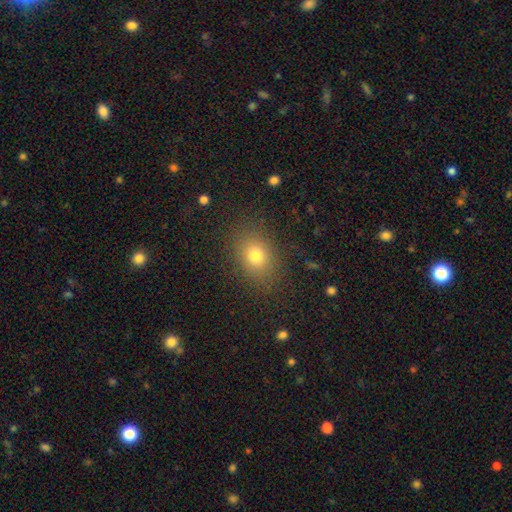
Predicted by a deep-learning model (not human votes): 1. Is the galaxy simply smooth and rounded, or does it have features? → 76% smooth, 13% star or artifact, 10% featured or disk.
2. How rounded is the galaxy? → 63% in between, 36% round, 1% cigar-shaped.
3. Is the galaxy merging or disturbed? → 85% none, 10% minor disturbance, 4% major disturbance, 1% merger.